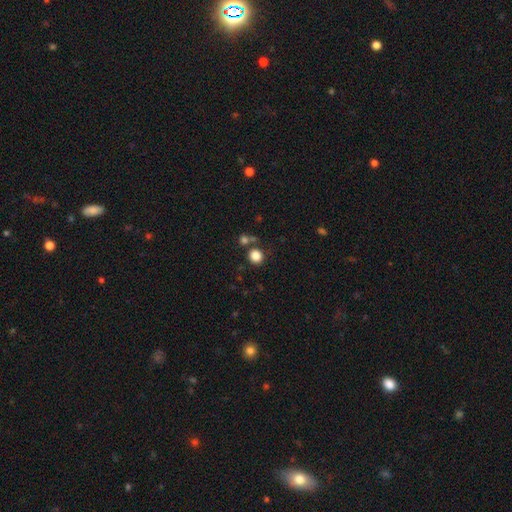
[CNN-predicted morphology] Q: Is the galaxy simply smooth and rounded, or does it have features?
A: smooth — 84%.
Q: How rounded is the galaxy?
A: round — 87%.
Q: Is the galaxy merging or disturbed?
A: none — 75%.